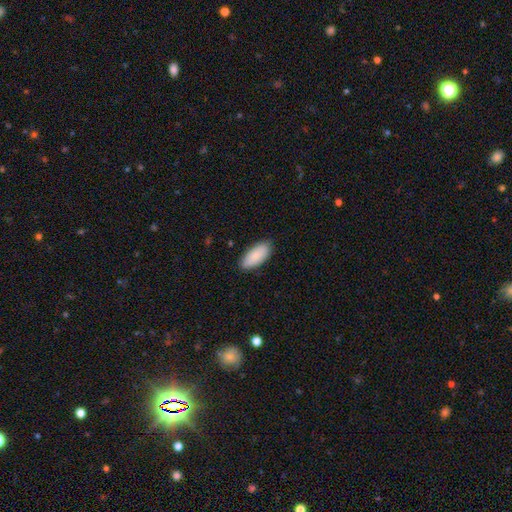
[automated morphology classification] type=smooth (89%); roundness=in between (89%); merging=none (85%).